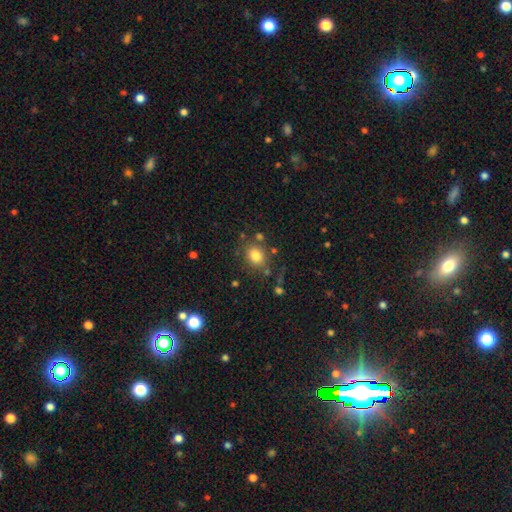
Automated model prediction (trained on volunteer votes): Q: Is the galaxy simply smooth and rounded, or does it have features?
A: smooth — 80%.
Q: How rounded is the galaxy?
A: round — 59%.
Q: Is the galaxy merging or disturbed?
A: none — 75%.